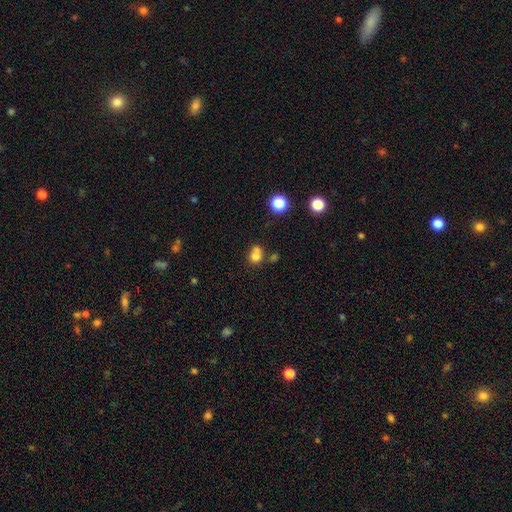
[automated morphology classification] Overall: smooth (75%). How rounded: round (69%; in between 30%). Merging: merger (41%; none 40%).